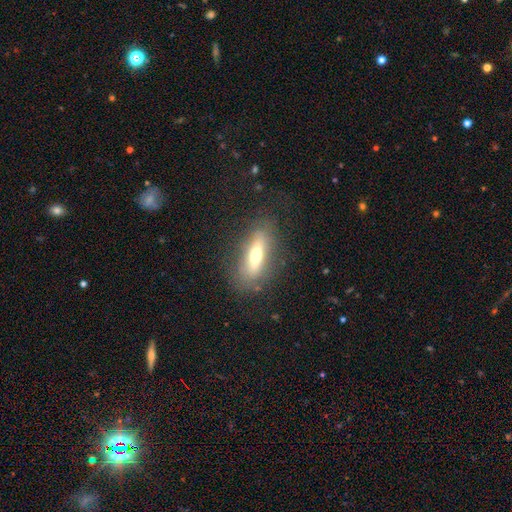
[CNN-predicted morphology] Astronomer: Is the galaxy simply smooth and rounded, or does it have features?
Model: smooth — 53% (runner-up: featured or disk, 39%).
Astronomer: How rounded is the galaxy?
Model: in between — 50% (runner-up: cigar-shaped, 46%).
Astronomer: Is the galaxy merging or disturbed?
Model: none — 78%.